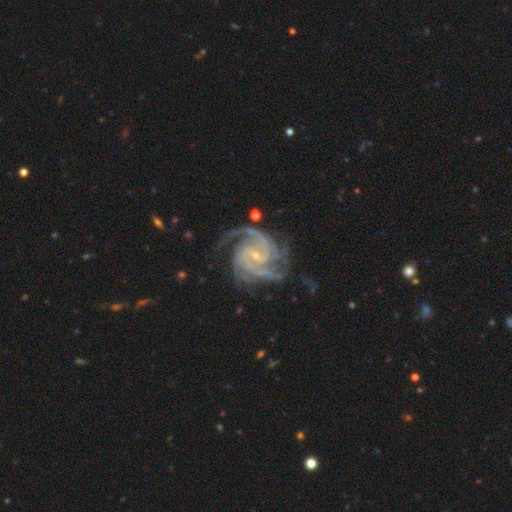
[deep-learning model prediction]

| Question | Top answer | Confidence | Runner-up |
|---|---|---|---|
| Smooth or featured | featured or disk | 94% | star or artifact (4%) |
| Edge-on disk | no | 98% | yes (2%) |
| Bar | no | 47% | weak (37%) |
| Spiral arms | yes | 99% | no (1%) |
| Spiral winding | tight | 57% | medium (39%) |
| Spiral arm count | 3 | 38% | 2 (21%) |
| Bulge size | small | 78% | moderate (18%) |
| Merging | none | 70% | minor disturbance (18%) |